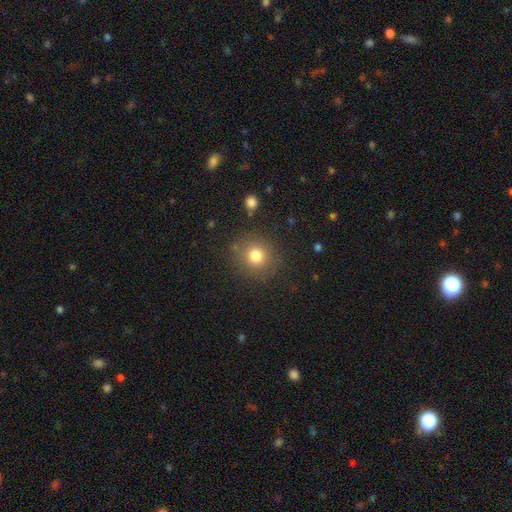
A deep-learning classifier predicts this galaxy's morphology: This appears to be a smooth galaxy with no disk features (78%) that is round (89%). Merging: none (85%).